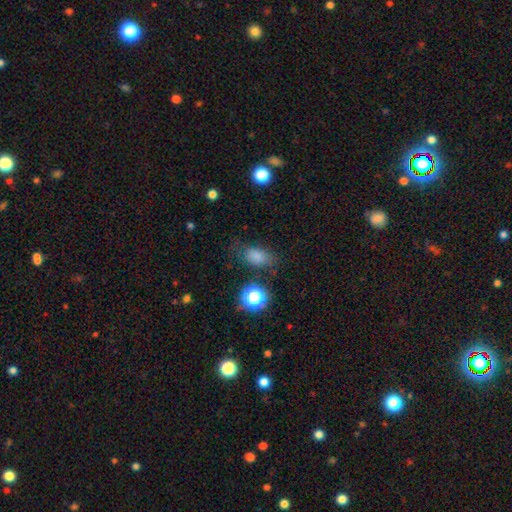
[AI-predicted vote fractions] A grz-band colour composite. It shows a smooth galaxy with no disk features (60%) that is in between round and cigar-shaped (73%). Merging: none (72%).